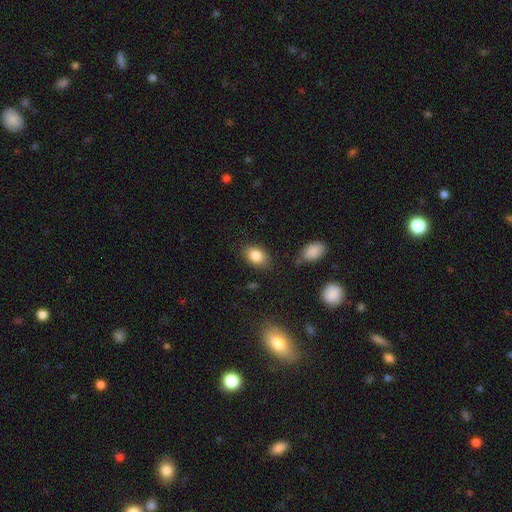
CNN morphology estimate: type=smooth (85%); roundness=in between (84%); merging=none (82%).